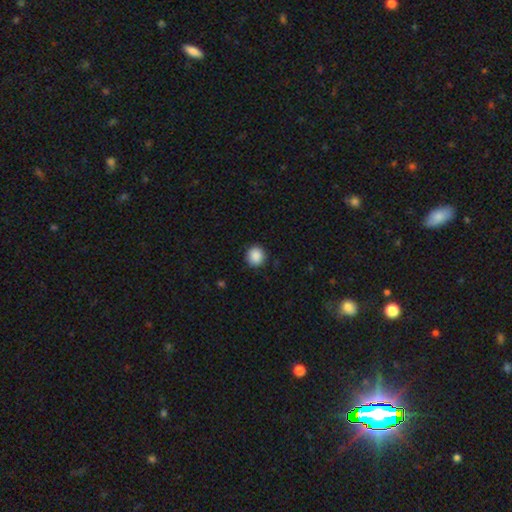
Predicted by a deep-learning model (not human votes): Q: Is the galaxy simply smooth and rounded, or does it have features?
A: smooth — 89%.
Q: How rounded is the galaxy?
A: round — 91%.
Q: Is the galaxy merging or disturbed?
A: none — 91%.